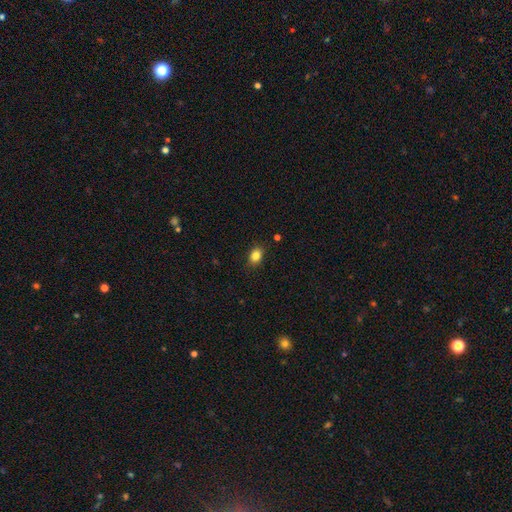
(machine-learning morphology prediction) Q: Smooth or featured?
A: smooth (84%); runner-up: star or artifact (10%)
Q: How rounded?
A: in between (65%); runner-up: round (33%)
Q: Merging?
A: none (84%); runner-up: minor disturbance (12%)